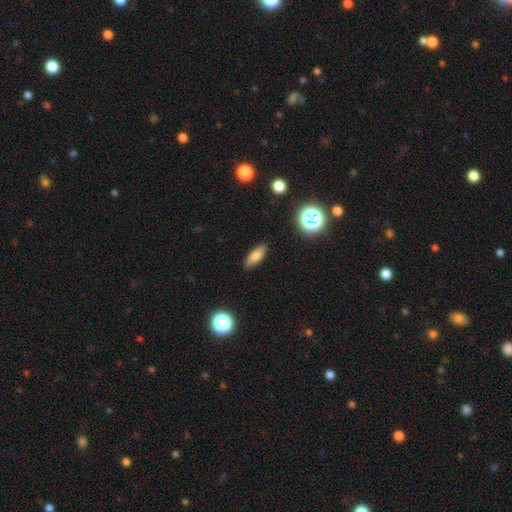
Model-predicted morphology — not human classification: smooth-or-featured: smooth: 74% | featured or disk: 15% | star or artifact: 10%
  how-rounded: in between: 65% | cigar-shaped: 31% | round: 4%
  merging: none: 87% | minor disturbance: 9% | major disturbance: 2% | merger: 1%